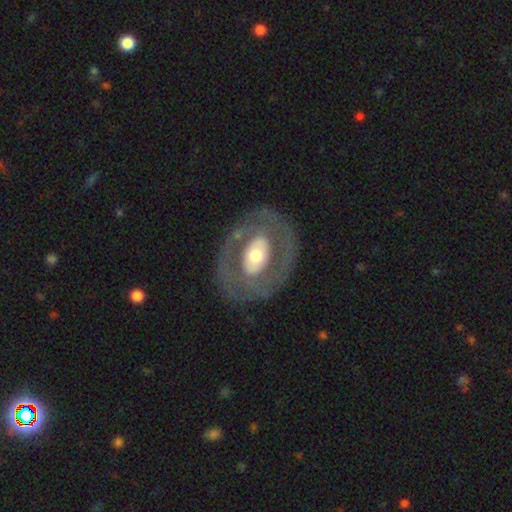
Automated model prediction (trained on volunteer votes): Q: Smooth or featured?
A: featured or disk (70%); runner-up: smooth (25%)
Q: Edge-on disk?
A: no (95%); runner-up: yes (5%)
Q: Bar?
A: no (59%); runner-up: weak (24%)
Q: Spiral arms?
A: no (61%); runner-up: yes (39%)
Q: Bulge size?
A: moderate (57%); runner-up: large (26%)
Q: Merging?
A: none (79%); runner-up: minor disturbance (11%)